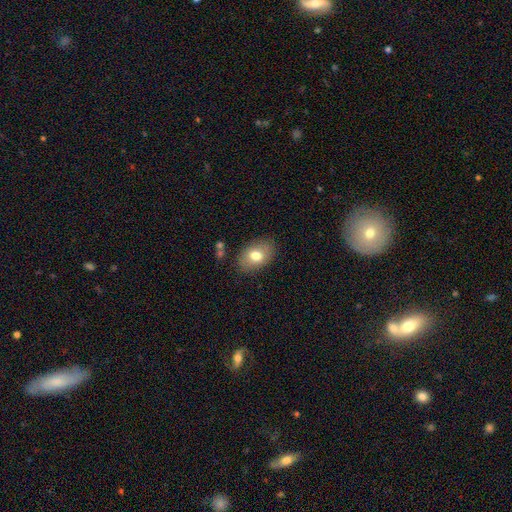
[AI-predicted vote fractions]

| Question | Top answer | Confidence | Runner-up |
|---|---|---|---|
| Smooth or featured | smooth | 76% | featured or disk (16%) |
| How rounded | in between | 84% | round (14%) |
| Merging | none | 83% | minor disturbance (12%) |